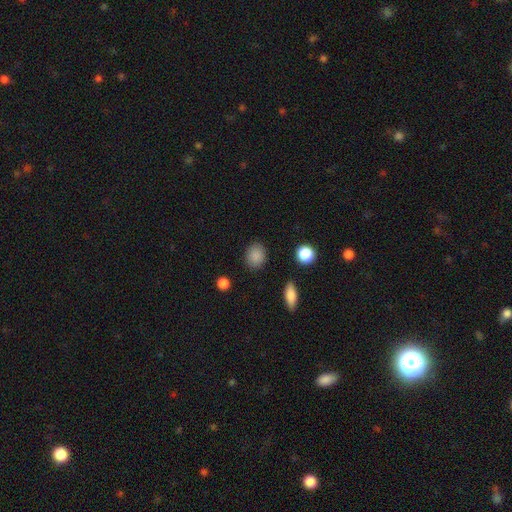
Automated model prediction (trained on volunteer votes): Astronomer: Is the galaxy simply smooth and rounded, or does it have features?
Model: smooth — 87%.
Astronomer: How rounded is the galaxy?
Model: round — 57% (runner-up: in between, 42%).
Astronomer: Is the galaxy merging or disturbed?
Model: none — 87%.